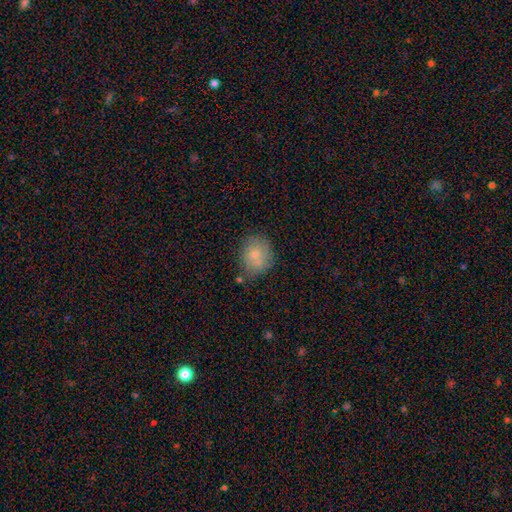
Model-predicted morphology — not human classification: This appears to be a smooth galaxy with no disk features (72%) that is round (71%). Merging: none (65%).